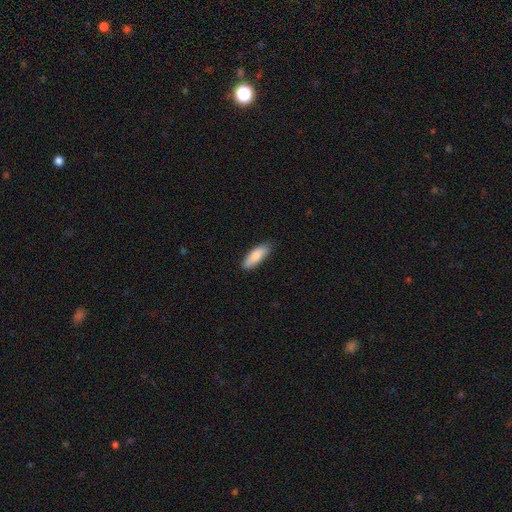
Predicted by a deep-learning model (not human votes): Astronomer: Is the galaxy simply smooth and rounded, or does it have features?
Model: smooth — 85%.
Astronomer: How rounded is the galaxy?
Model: in between — 62%.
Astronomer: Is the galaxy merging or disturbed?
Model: none — 83%.